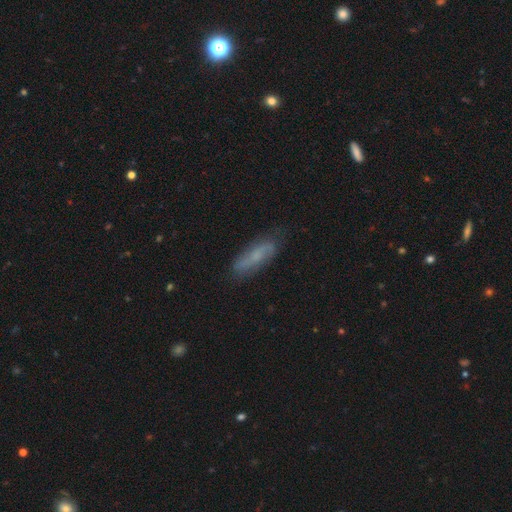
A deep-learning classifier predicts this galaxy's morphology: This is possibly a smooth galaxy (55%). How rounded: possibly cigar-shaped (52%). Merging: likely none (77%).